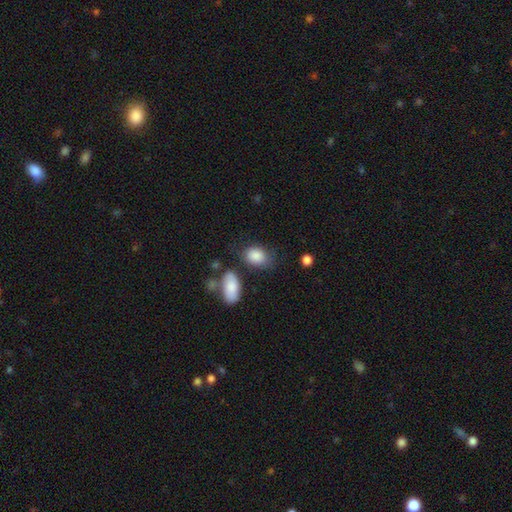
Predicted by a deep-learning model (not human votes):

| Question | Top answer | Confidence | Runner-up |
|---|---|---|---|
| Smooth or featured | smooth | 87% | star or artifact (7%) |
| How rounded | in between | 77% | round (21%) |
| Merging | none | 57% | minor disturbance (26%) |